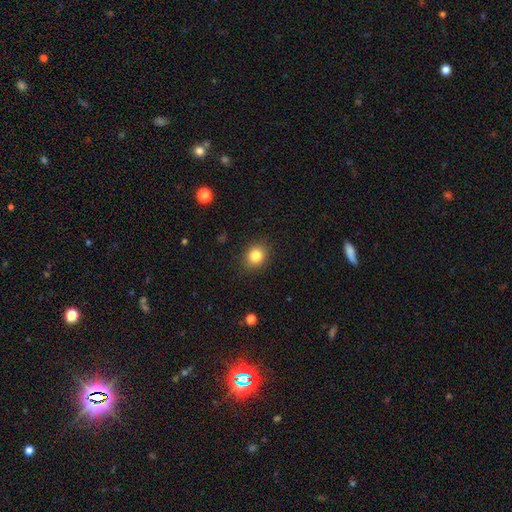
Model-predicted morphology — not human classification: smooth 84%, star or artifact 10%, featured or disk 6%. Down the decision tree: how rounded — round (66%); merging — none (87%).